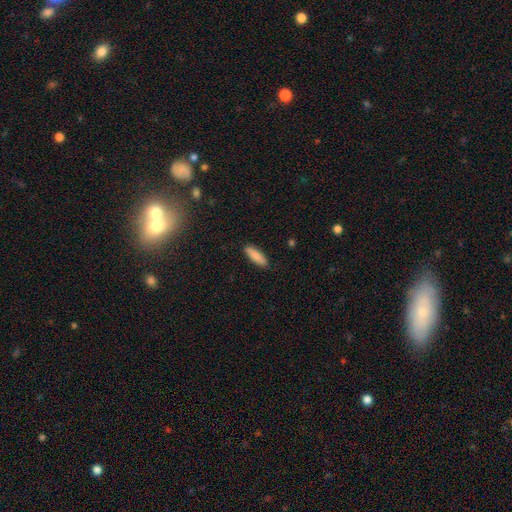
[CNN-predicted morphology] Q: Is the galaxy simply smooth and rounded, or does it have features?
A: smooth — 83%.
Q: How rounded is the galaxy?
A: in between — 50%.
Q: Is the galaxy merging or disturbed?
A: none — 88%.